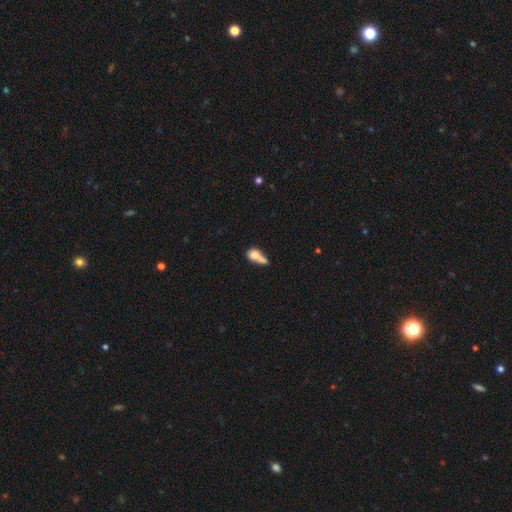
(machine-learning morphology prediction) Smooth or featured?
  - smooth: 70% *
  - featured or disk: 21%
  - star or artifact: 10%
How rounded?
  - in between: 60% *
  - round: 29%
  - cigar-shaped: 11%
Merging?
  - merger: 52% *
  - none: 21%
  - minor disturbance: 14%
  - major disturbance: 13%